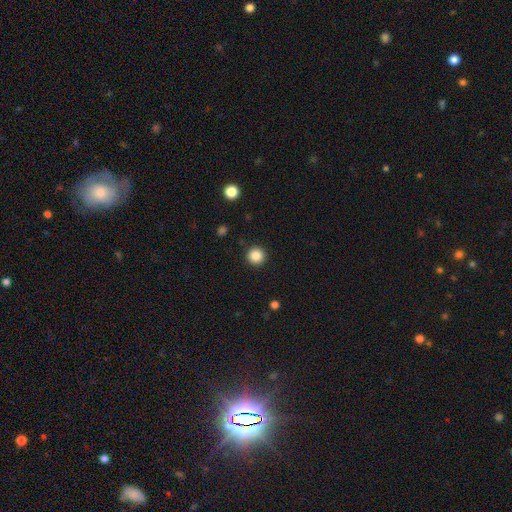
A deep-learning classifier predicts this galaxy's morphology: smooth 86%, star or artifact 10%, featured or disk 4%. Down the decision tree: how rounded — round (96%); merging — none (92%).